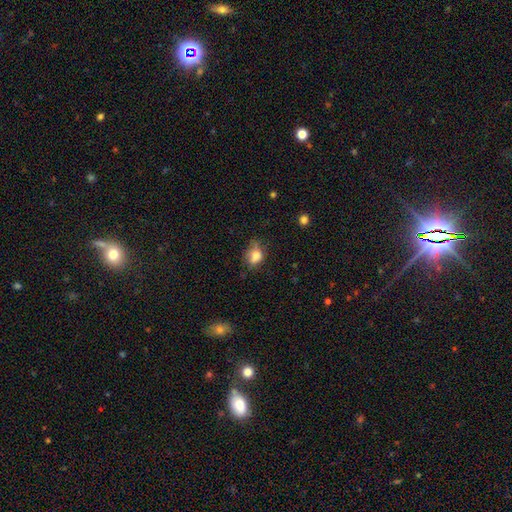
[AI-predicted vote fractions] A smooth galaxy with no disk features (74%) that is in between round and cigar-shaped (61%). Merging: none (47%).